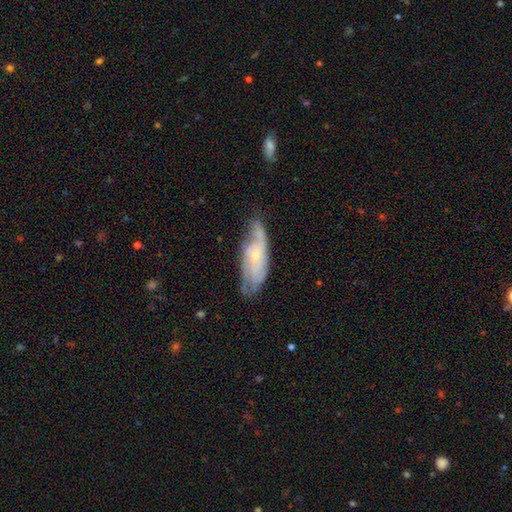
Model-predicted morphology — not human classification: Overall: featured or disk (74%). Edge-on disk: no (87%). Bar: no (70%). Spiral arms: yes (90%). Spiral arm count: can't tell (38%; 2 30%). Spiral winding: tight (51%; medium 37%). Bulge size: small (74%). Merging: none (65%; minor disturbance 25%).